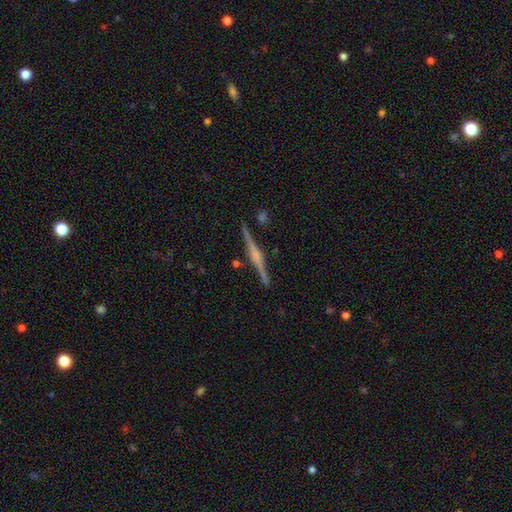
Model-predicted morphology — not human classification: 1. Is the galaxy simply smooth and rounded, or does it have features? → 84% featured or disk, 11% smooth, 5% star or artifact.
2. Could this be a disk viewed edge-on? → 99% yes, 1% no.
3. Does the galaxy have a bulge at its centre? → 67% rounded, 21% boxy, 12% none.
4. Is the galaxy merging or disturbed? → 91% none, 6% minor disturbance, 2% merger, 1% major disturbance.